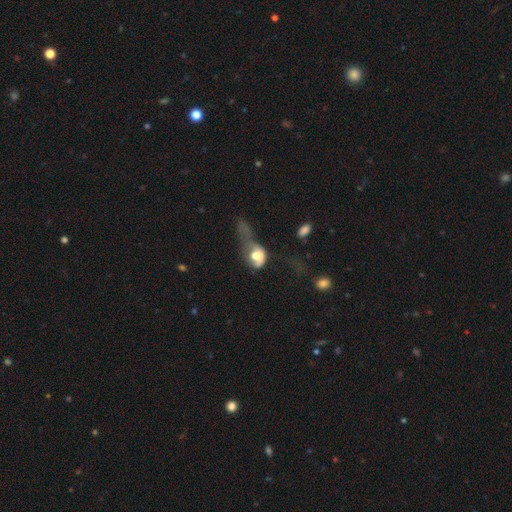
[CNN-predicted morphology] Smooth or featured? Predicted: smooth (p=0.58). How rounded? Predicted: in between (p=0.67). Merging? Predicted: major disturbance (p=0.61).